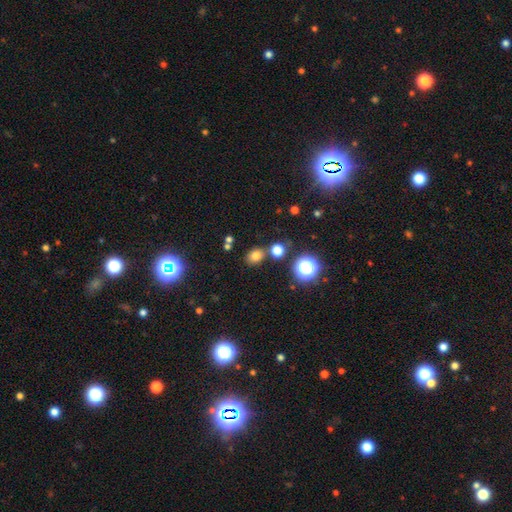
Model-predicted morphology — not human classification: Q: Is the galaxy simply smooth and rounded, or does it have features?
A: smooth — 75%.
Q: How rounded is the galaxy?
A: round — 51%.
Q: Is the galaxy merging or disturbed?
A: none — 75%.